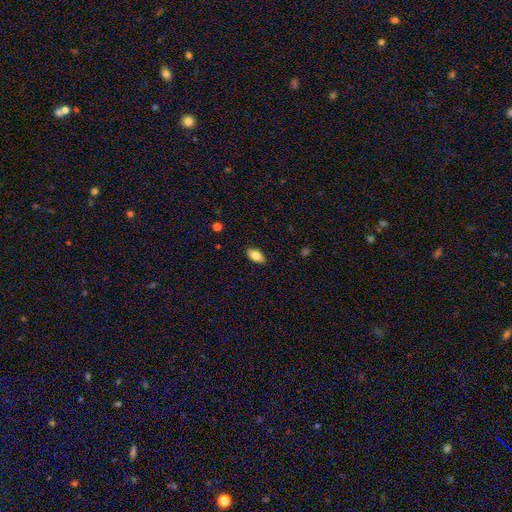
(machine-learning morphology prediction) type=smooth (78%); roundness=in between (91%); merging=none (88%).